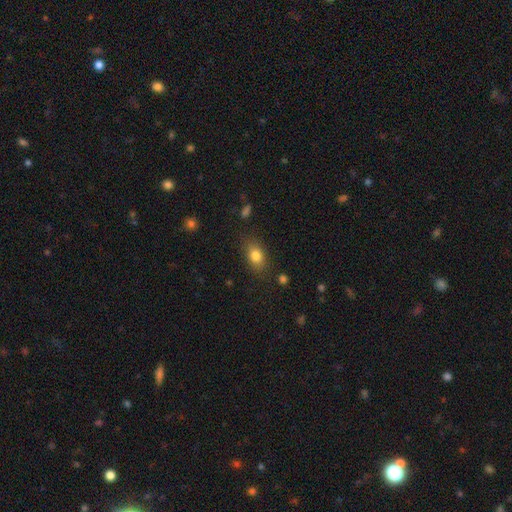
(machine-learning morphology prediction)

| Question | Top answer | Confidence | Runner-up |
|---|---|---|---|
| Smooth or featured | smooth | 81% | star or artifact (10%) |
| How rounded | in between | 77% | round (21%) |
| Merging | none | 80% | minor disturbance (14%) |